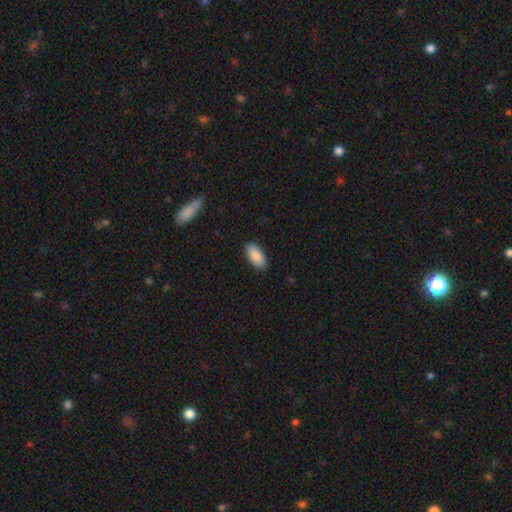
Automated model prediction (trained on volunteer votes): Morphology: type=smooth (89%); roundness=in between (92%); merging=none (88%).